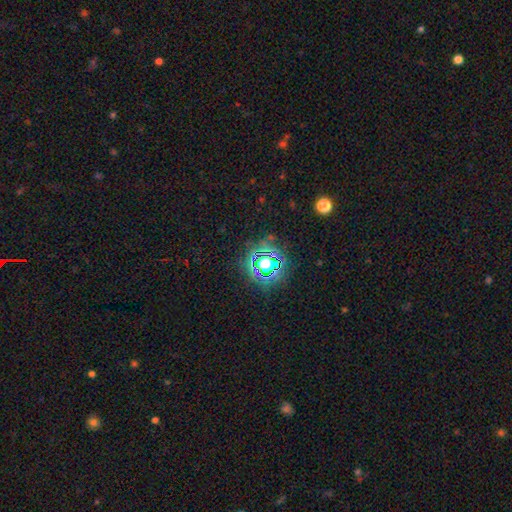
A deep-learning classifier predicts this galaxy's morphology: Smooth or featured: star or artifact — 79% (smooth — 13%)